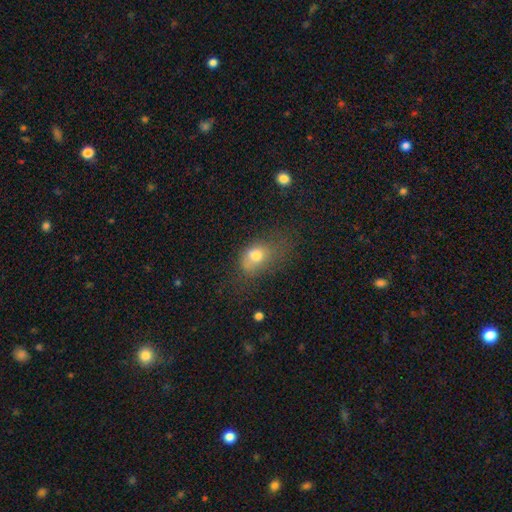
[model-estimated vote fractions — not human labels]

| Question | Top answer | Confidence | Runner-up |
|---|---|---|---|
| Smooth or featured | smooth | 74% | featured or disk (15%) |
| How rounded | in between | 71% | round (27%) |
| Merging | none | 35% | minor disturbance (31%) |